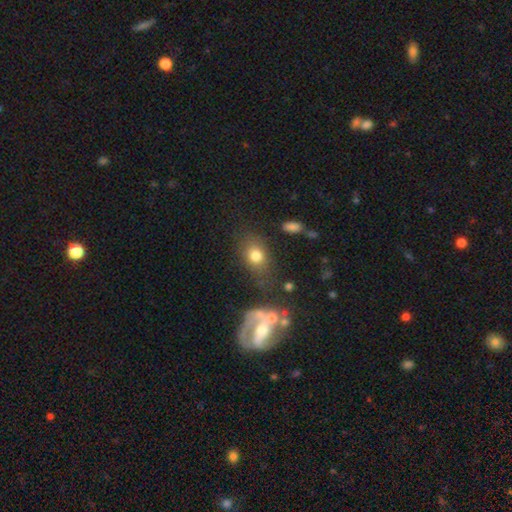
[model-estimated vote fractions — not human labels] smooth 76%, star or artifact 12%, featured or disk 12%. Down the decision tree: how rounded — in between (61%); merging — none (66%).